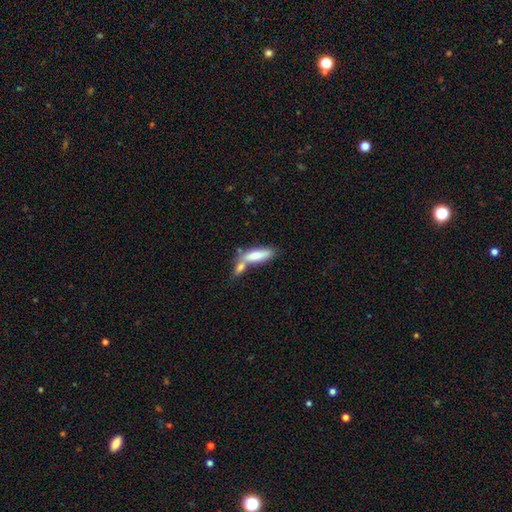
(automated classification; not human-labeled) smooth 76%, featured or disk 18%, star or artifact 6%. Down the decision tree: how rounded — cigar-shaped (52%); merging — merger (46%).